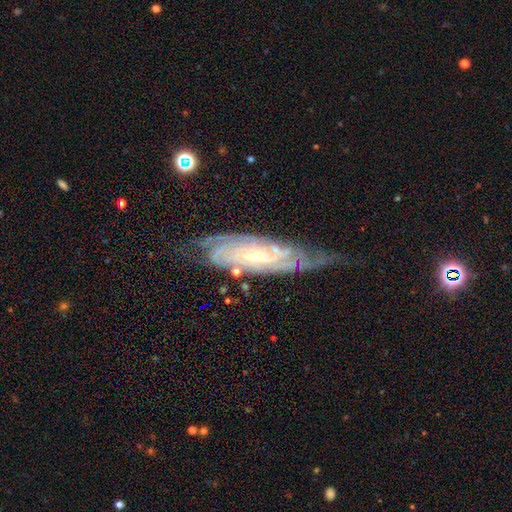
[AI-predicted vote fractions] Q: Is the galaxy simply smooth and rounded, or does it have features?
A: featured or disk — 87%.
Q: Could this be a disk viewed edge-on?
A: no — 86%.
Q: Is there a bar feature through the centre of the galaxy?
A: no — 63%.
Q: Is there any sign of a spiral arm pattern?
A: yes — 97%.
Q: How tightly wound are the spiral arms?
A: tight — 75%.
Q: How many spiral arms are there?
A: can't tell — 37%.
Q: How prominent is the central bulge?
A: small — 74%.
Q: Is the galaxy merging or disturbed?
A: none — 66%.